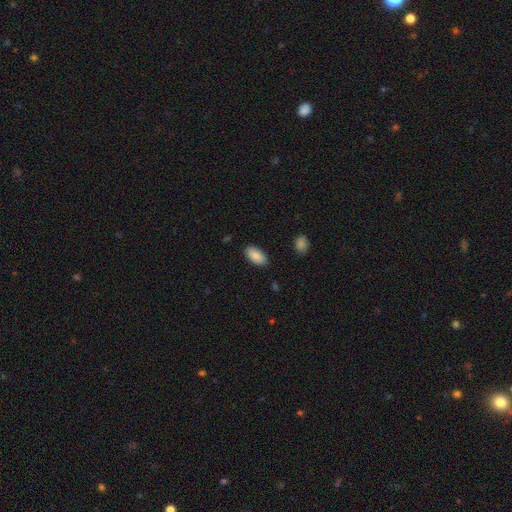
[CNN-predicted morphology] Overall: smooth (88%). How rounded: in between (95%). Merging: none (87%).